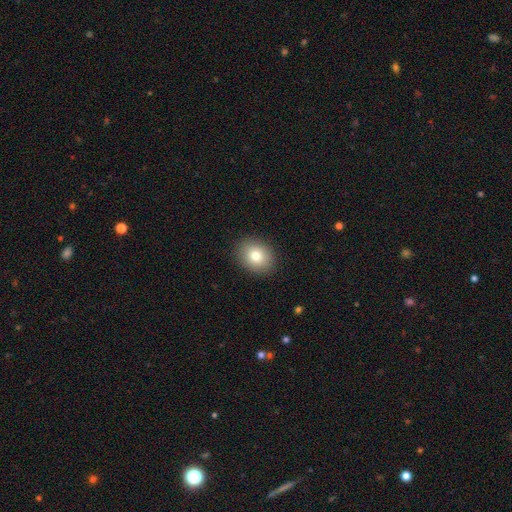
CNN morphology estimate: smooth_or_featured: smooth (p=0.80) [alt: featured or disk p=0.11]
how_rounded: round (p=0.52) [alt: in between p=0.48]
merging: none (p=0.89) [alt: minor disturbance p=0.08]